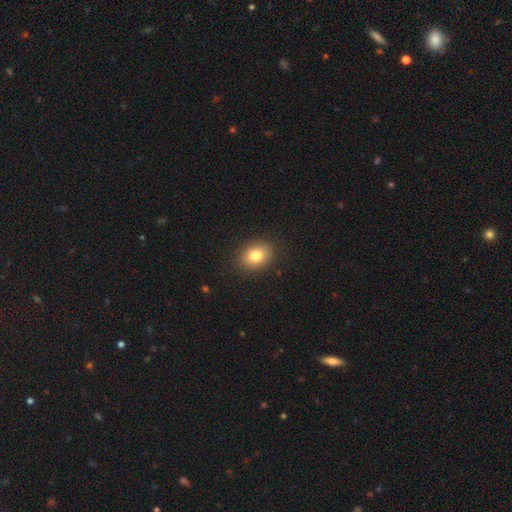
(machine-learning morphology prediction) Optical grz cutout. It shows a smooth galaxy with no disk features (80%) that is in between round and cigar-shaped (56%). Merging: none (89%).